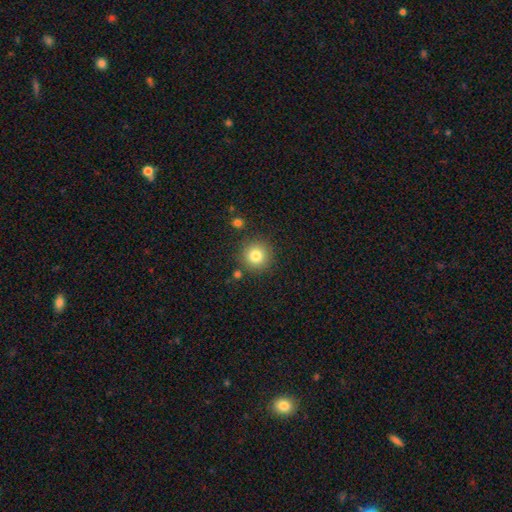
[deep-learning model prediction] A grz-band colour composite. It shows a smooth galaxy with no disk features (81%) that is round (94%). Merging: none (86%).